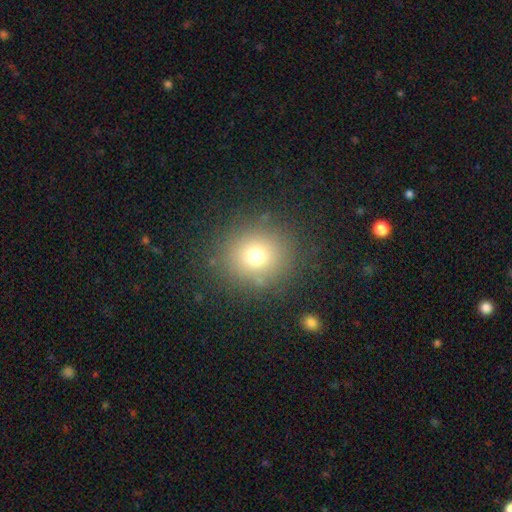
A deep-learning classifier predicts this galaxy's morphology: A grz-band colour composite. It shows a smooth galaxy with no disk features (73%) that is round (88%). Merging: none (85%).